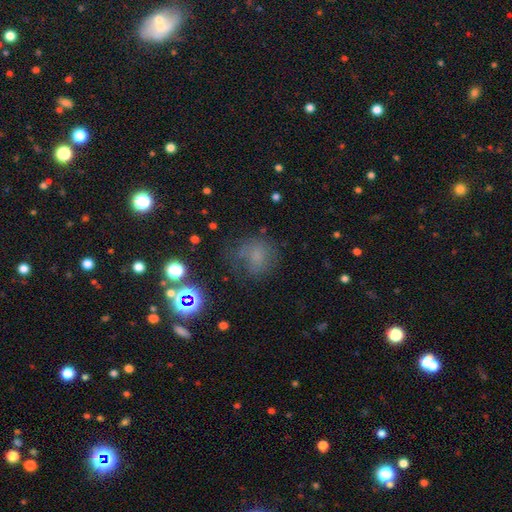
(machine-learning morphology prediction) Smooth or featured? smooth (57%)
How rounded? round (76%)
Merging? none (54%)